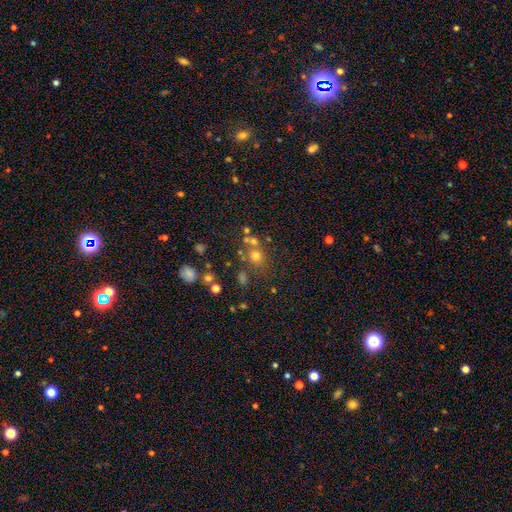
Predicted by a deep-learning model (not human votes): Morphology: type=smooth (58%); roundness=round (82%); merging=none (61%).